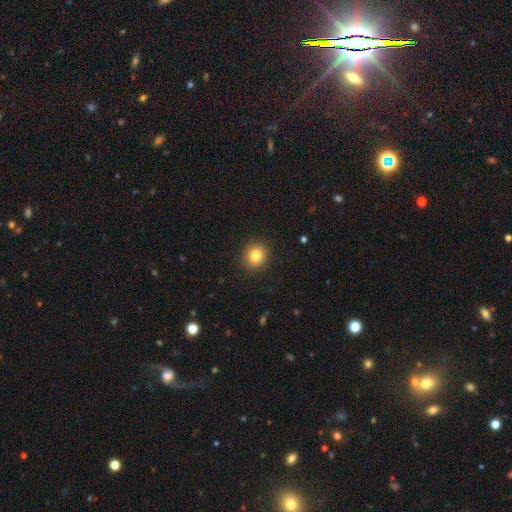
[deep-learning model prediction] This appears to be a smooth galaxy with no disk features (81%) that is round (82%). Merging: none (90%).